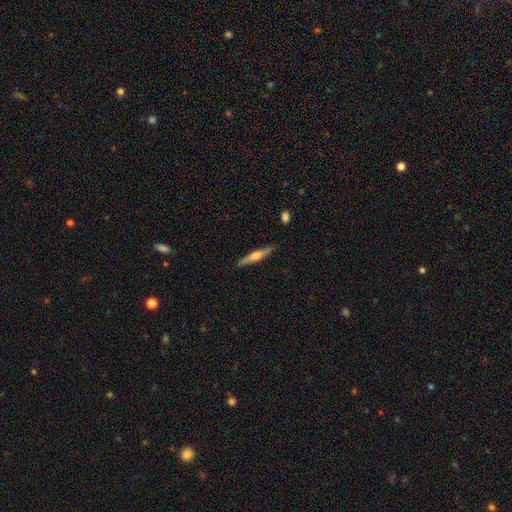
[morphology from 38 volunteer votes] Smooth or featured?
  - featured or disk: 58% *
  - smooth: 34%
  - star or artifact: 8%
Edge-on disk?
  - yes: 100% *
  - no: 0%
Edge-on bulge?
  - rounded: 82% *
  - none: 14%
  - boxy: 5%
Merging?
  - none: 89% *
  - minor disturbance: 11%
  - major disturbance: 0%
  - merger: 0%